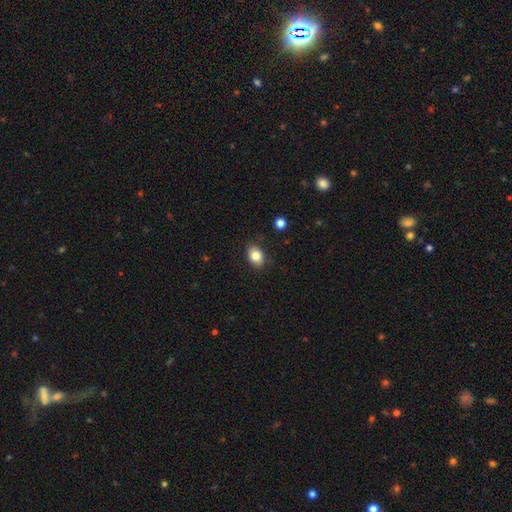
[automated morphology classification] smooth_or_featured: smooth (p=0.84) [alt: star or artifact p=0.09]
how_rounded: in between (p=0.73) [alt: round p=0.26]
merging: none (p=0.85) [alt: minor disturbance p=0.11]